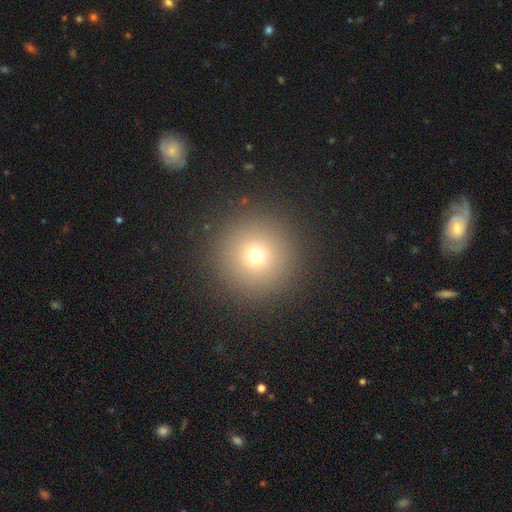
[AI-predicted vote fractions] Morphology: type=smooth (72%); roundness=round (96%); merging=none (91%).